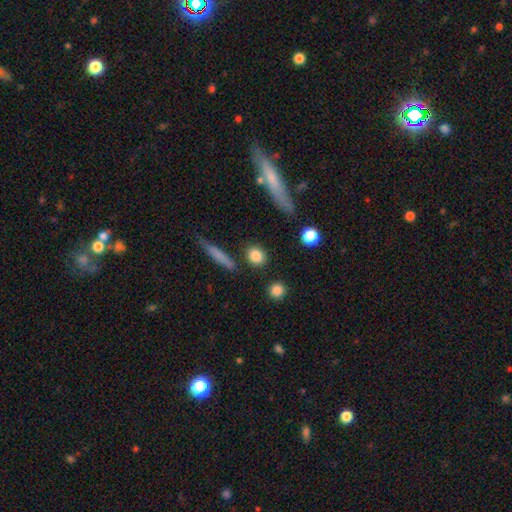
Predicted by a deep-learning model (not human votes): The model was most divided on "how rounded": round: 71%, in between: 24%, cigar-shaped: 5%. More confident: merging — none (86%); smooth or featured — smooth (84%).